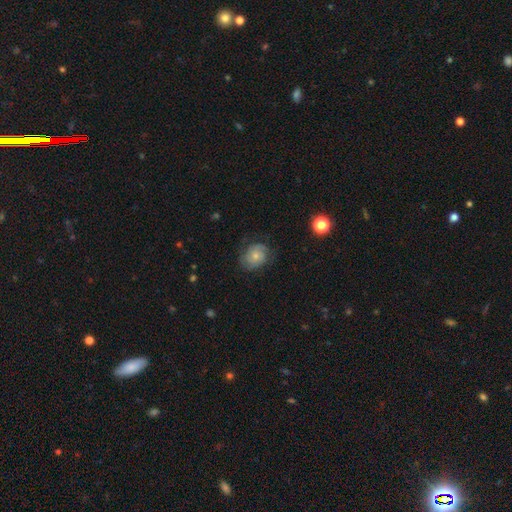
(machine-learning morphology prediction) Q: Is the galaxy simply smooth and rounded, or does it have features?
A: featured or disk — 51%.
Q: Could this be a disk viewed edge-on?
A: no — 97%.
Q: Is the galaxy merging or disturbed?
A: none — 67%.